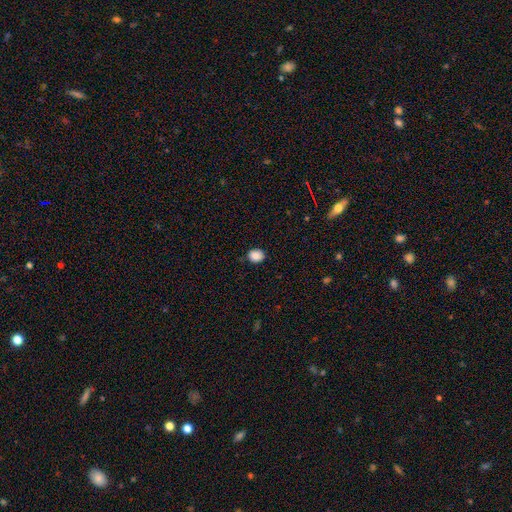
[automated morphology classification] smooth 87%, star or artifact 9%, featured or disk 3%. Down the decision tree: how rounded — round (60%); merging — none (86%).